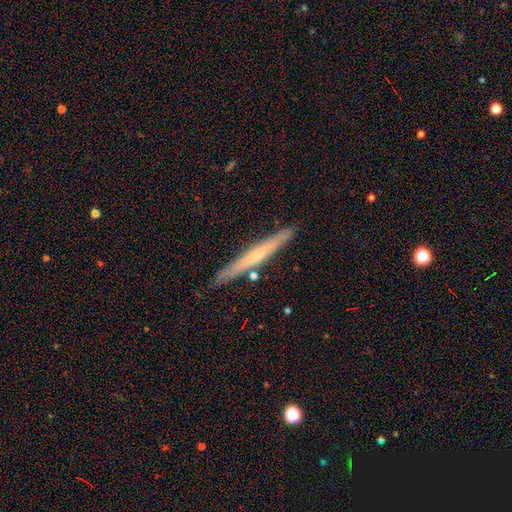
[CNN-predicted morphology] A featured or disk galaxy (53%) viewed edge-on (95%). Merging: none (87%).